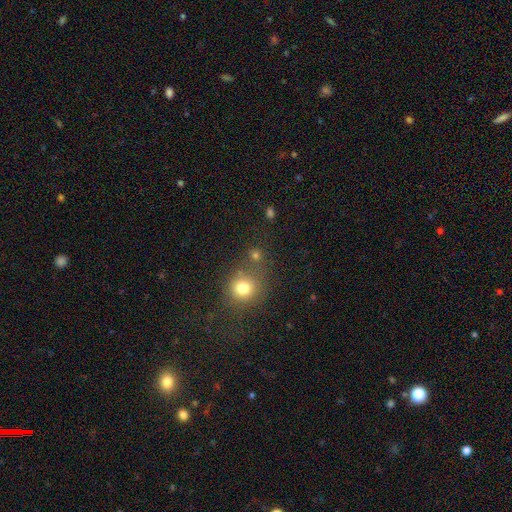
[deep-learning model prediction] Q: Smooth or featured?
A: smooth (71%); runner-up: star or artifact (21%)
Q: How rounded?
A: round (86%); runner-up: in between (13%)
Q: Merging?
A: none (65%); runner-up: merger (19%)